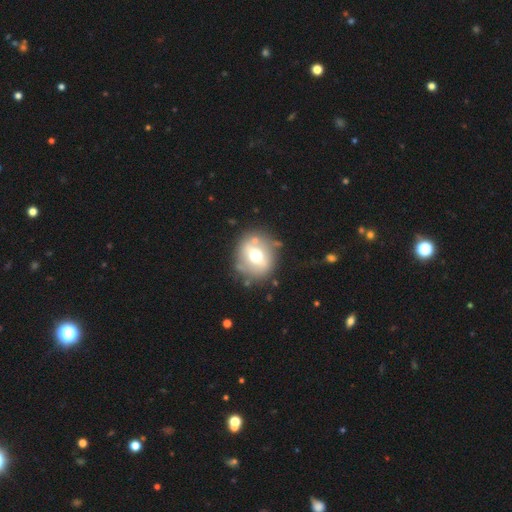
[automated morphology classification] A smooth galaxy with no disk features (54%) that is round (84%). Merging: none (79%).